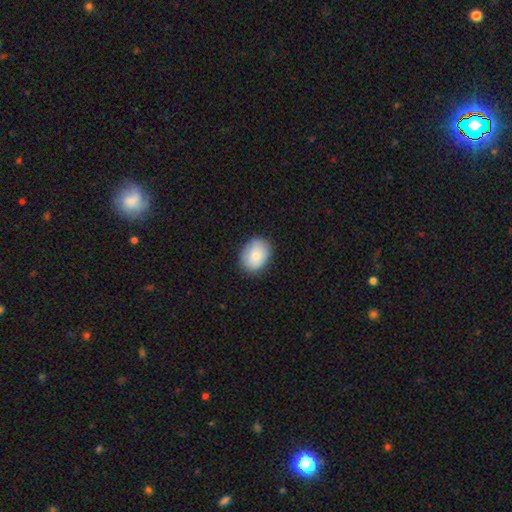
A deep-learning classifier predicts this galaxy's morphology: A smooth galaxy with no disk features (80%) that is in between round and cigar-shaped (55%). Merging: none (85%).